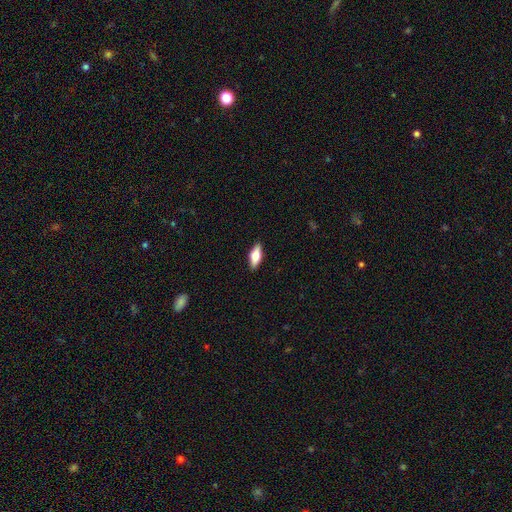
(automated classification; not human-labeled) Smooth or featured? Predicted: smooth (p=0.67). How rounded? Predicted: in between (p=0.73). Merging? Predicted: none (p=0.89).